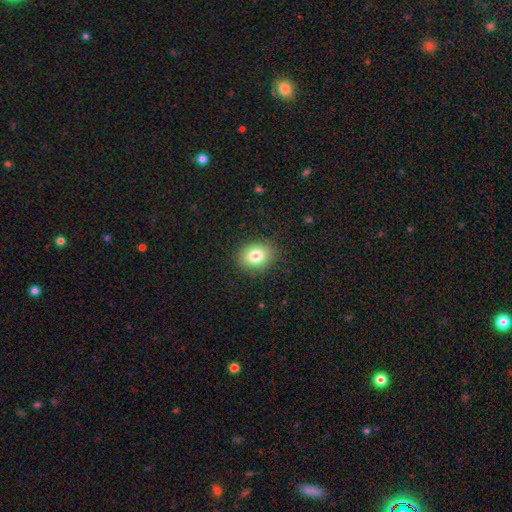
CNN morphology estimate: This appears to be a smooth galaxy with no disk features (81%) that is in between round and cigar-shaped (63%). Merging: none (87%).